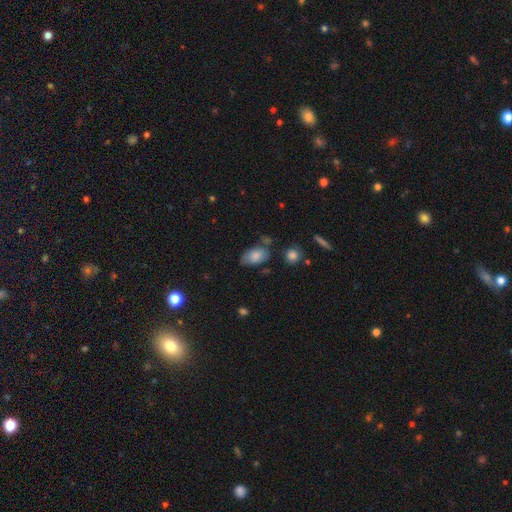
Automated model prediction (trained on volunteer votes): This appears to be a smooth galaxy with no disk features (79%) that is in between round and cigar-shaped (92%). Merging: none (57%).